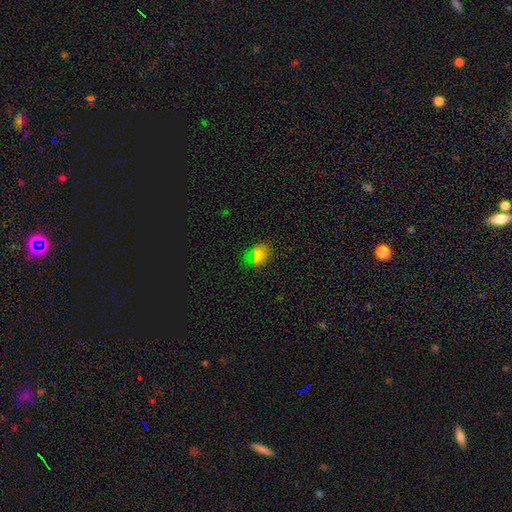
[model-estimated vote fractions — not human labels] Smooth or featured? smooth (71%)
How rounded? in between (75%)
Merging? none (82%)